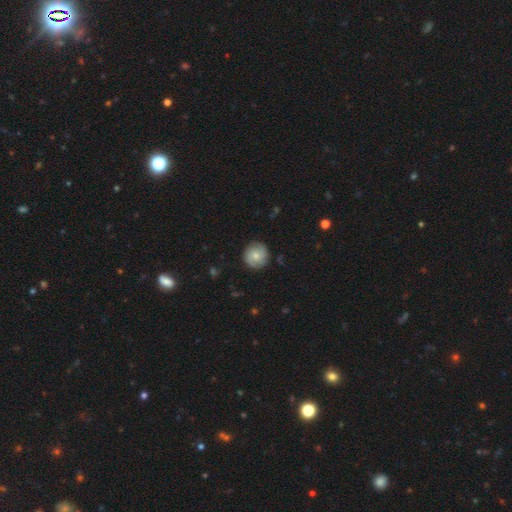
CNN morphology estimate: This appears to be a smooth galaxy with no disk features (62%) that is round (93%). Merging: none (85%).